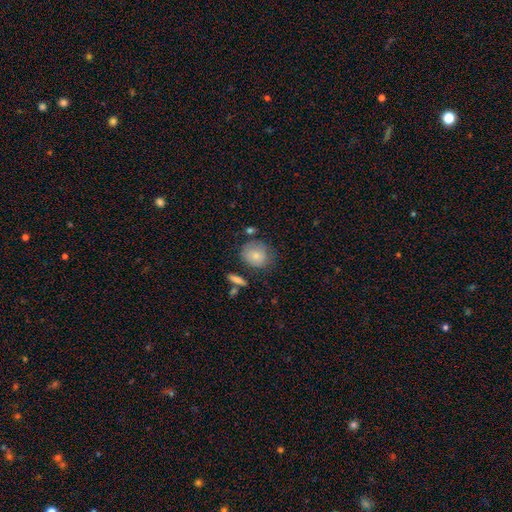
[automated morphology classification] smooth 77%, featured or disk 15%, star or artifact 8%. Down the decision tree: how rounded — round (72%); merging — none (63%).